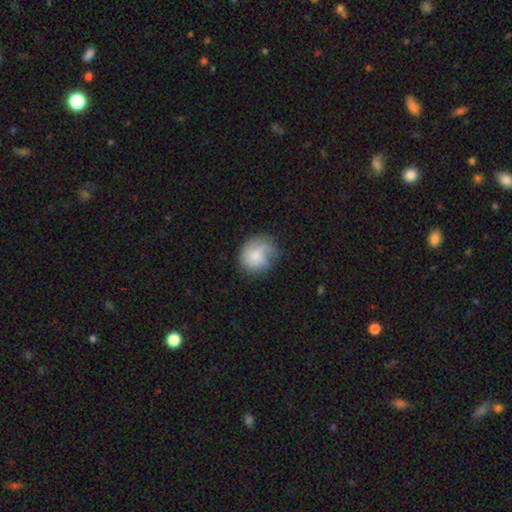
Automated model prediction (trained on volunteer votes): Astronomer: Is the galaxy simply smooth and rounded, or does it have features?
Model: smooth — 65%.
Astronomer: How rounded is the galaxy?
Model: round — 72%.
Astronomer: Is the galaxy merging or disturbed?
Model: none — 50% (runner-up: minor disturbance, 29%).